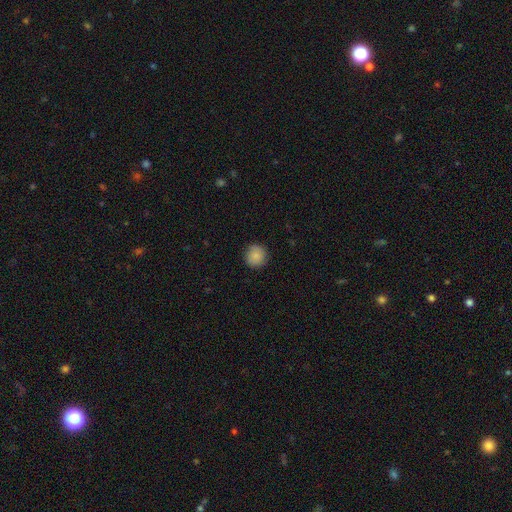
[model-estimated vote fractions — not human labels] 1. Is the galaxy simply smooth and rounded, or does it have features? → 88% smooth, 8% star or artifact, 4% featured or disk.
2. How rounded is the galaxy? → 93% round, 6% in between, 1% cigar-shaped.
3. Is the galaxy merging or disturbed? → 90% none, 7% minor disturbance, 2% major disturbance, 1% merger.